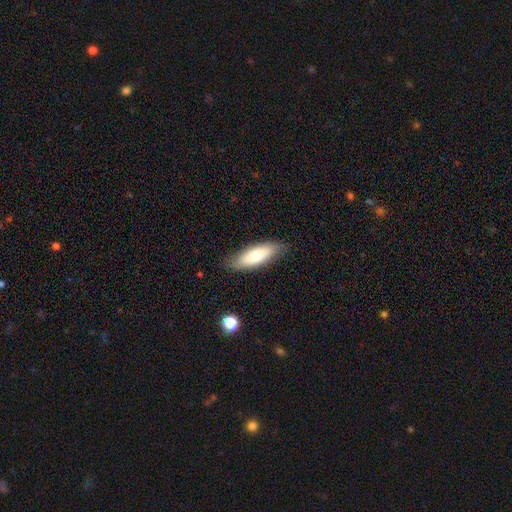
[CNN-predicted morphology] A smooth galaxy with no disk features (72%) that is in between round and cigar-shaped (60%). Merging: none (83%).